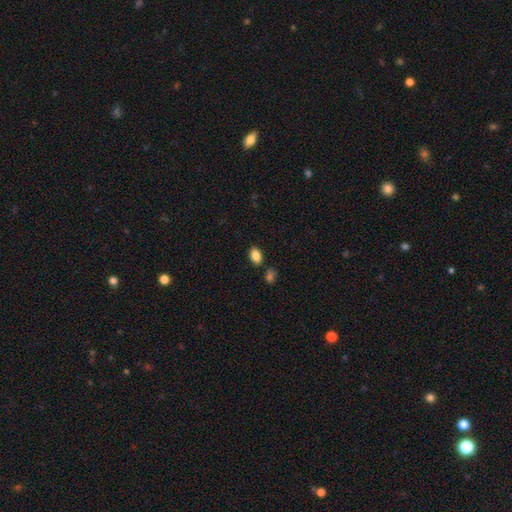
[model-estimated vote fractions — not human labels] This appears to be a smooth galaxy with no disk features (87%) that is in between round and cigar-shaped (89%). Merging: none (79%).